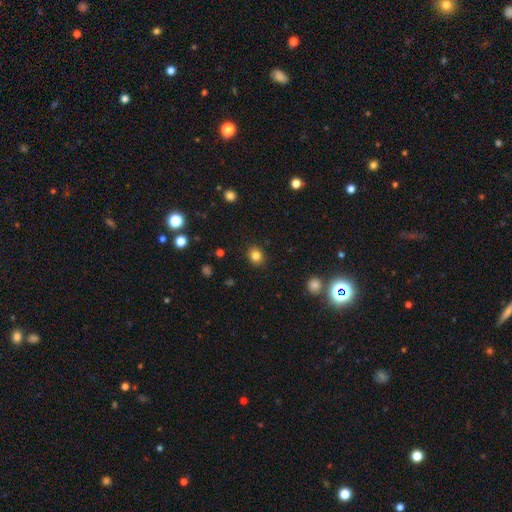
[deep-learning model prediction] Smooth or featured? Predicted: smooth (p=0.83). How rounded? Predicted: round (p=0.72). Merging? Predicted: none (p=0.89).